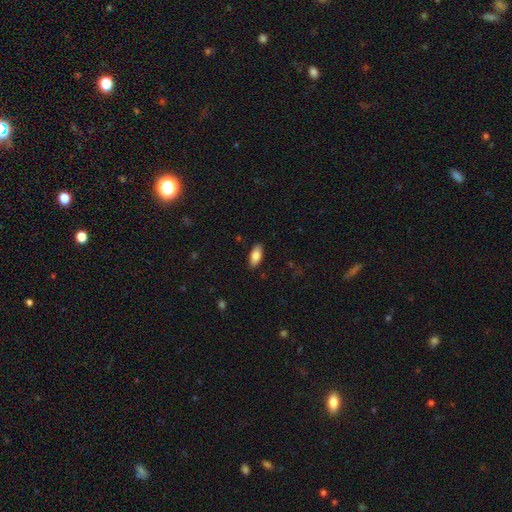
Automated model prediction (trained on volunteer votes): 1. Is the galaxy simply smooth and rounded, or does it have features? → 84% smooth, 9% featured or disk, 6% star or artifact.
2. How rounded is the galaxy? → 89% in between, 9% cigar-shaped, 2% round.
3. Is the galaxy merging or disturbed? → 87% none, 10% minor disturbance, 2% major disturbance, 1% merger.